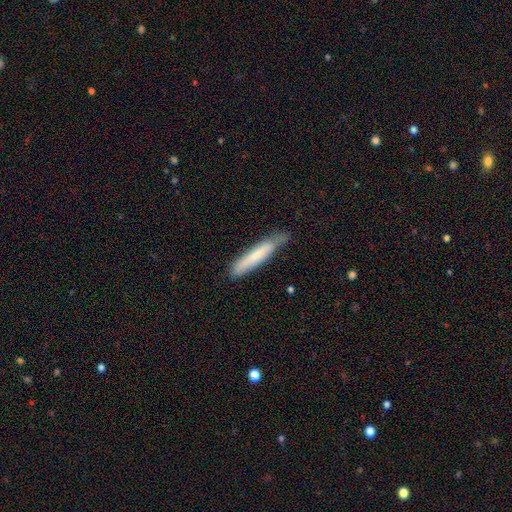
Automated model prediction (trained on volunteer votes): A smooth galaxy with no disk features (72%) that is cigar-shaped (91%).

Vote fractions:
- Smooth or featured? smooth: 72% / featured or disk: 22% / star or artifact: 6%
- How rounded? cigar-shaped: 91% / in between: 8% / round: 1%
- Merging? none: 71% / minor disturbance: 23% / major disturbance: 4% / merger: 2%